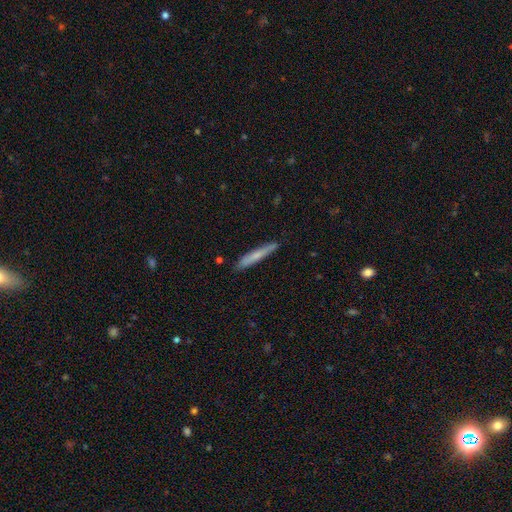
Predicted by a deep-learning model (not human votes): Smooth or featured? Predicted: smooth (p=0.62). How rounded? Predicted: cigar-shaped (p=0.95). Merging? Predicted: none (p=0.87).